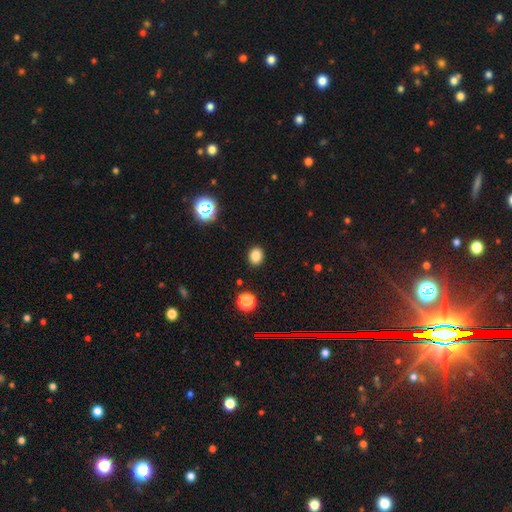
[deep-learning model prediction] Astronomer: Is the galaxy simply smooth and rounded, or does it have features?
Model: smooth — 83%.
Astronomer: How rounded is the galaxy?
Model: round — 54% (runner-up: in between, 45%).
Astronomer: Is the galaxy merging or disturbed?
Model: none — 89%.